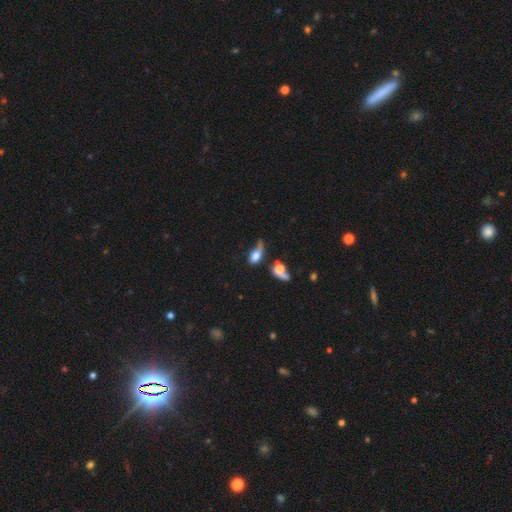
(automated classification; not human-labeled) smooth-or-featured: smooth: 65% | featured or disk: 24% | star or artifact: 11%
  how-rounded: in between: 75% | round: 18% | cigar-shaped: 6%
  merging: major disturbance: 34% | merger: 25% | none: 21% | minor disturbance: 19%